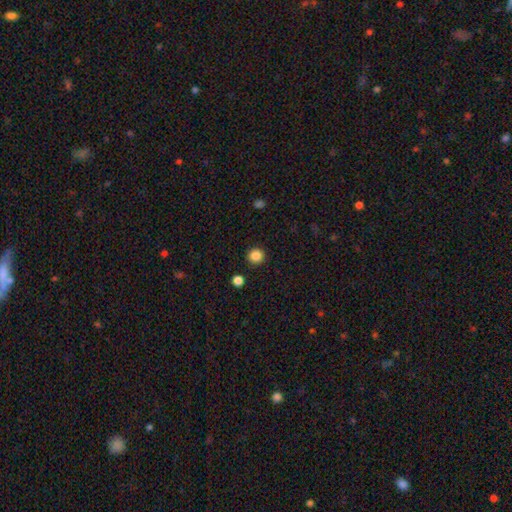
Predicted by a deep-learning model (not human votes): Smooth or featured: smooth — 86% (star or artifact — 11%)
How rounded: round — 93% (in between — 6%)
Merging: none — 92% (minor disturbance — 5%)